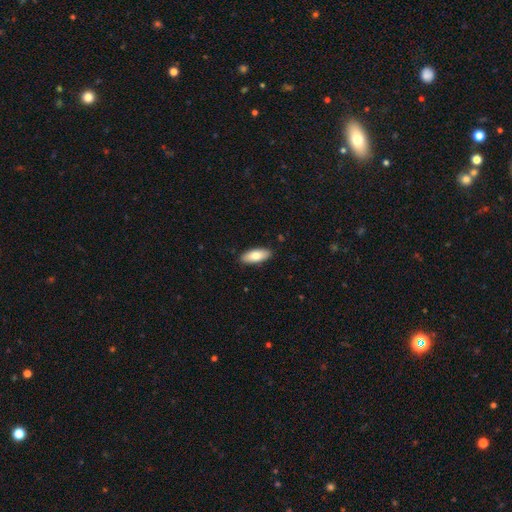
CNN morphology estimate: Overall: smooth (80%). How rounded: in between (81%). Merging: none (88%).